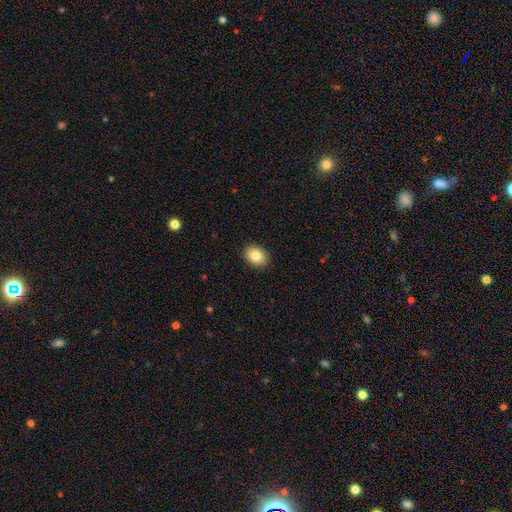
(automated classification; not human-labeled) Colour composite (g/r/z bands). It shows a smooth galaxy with no disk features (84%) that is in between round and cigar-shaped (62%). Merging: none (90%).